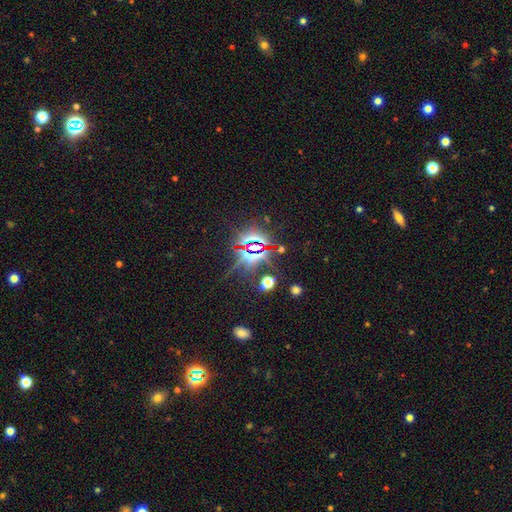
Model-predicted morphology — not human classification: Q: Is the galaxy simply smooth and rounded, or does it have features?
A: star or artifact — 79%.